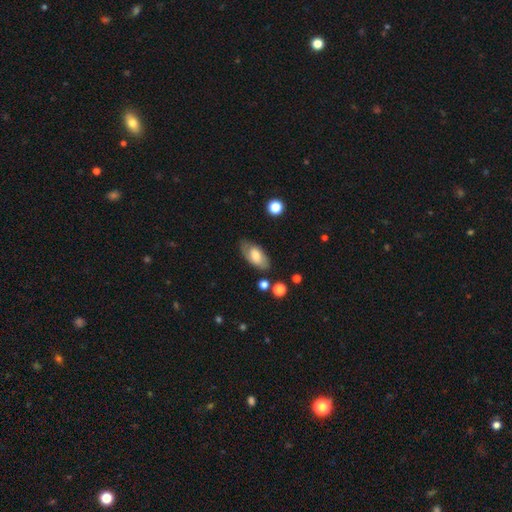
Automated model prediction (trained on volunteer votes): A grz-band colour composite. It shows a smooth galaxy with no disk features (64%) that is in between round and cigar-shaped (91%). Merging: none (74%).